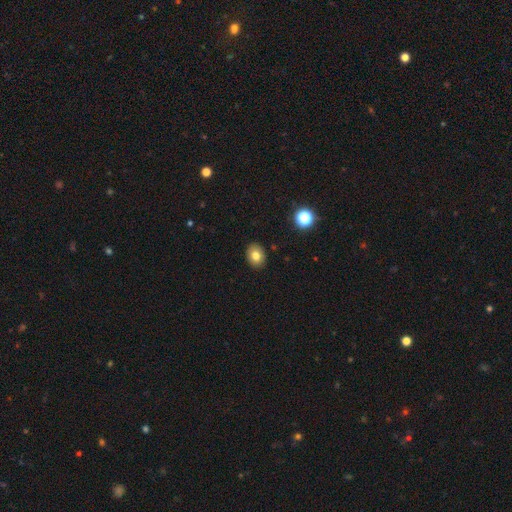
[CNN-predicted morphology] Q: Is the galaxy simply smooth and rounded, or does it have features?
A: smooth — 79%.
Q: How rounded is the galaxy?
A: in between — 55%.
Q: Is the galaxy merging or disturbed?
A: none — 90%.